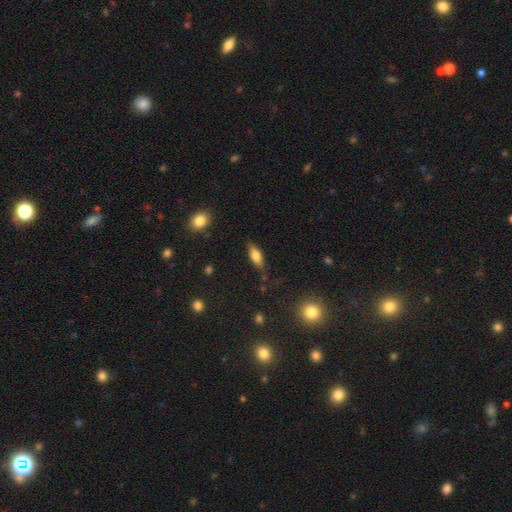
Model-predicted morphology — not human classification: A smooth galaxy with no disk features (71%) that is in between round and cigar-shaped (66%).

Vote fractions:
- Smooth or featured? smooth: 71% / featured or disk: 21% / star or artifact: 8%
- How rounded? in between: 66% / cigar-shaped: 32% / round: 3%
- Merging? none: 81% / minor disturbance: 14% / major disturbance: 3% / merger: 2%